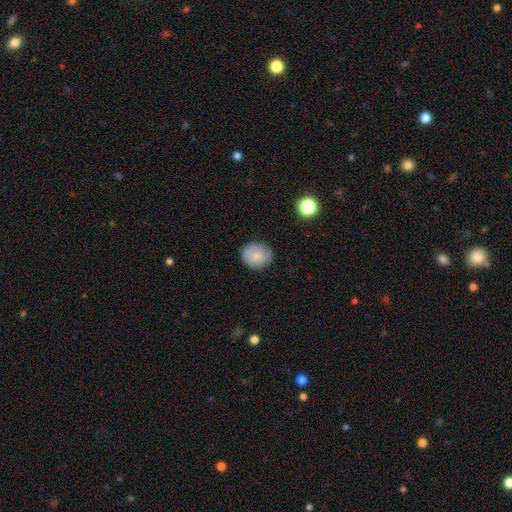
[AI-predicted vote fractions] smooth-or-featured: smooth: 80% | featured or disk: 13% | star or artifact: 8%
  how-rounded: round: 73% | in between: 26% | cigar-shaped: 1%
  merging: none: 82% | minor disturbance: 14% | major disturbance: 3% | merger: 1%